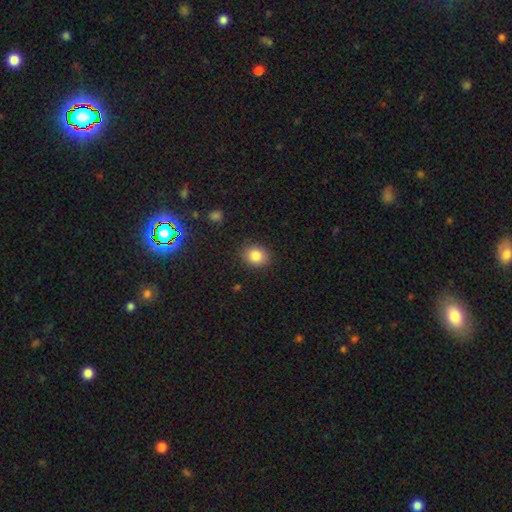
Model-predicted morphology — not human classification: smooth 84%, star or artifact 10%, featured or disk 6%. Down the decision tree: how rounded — round (57%); merging — none (86%).